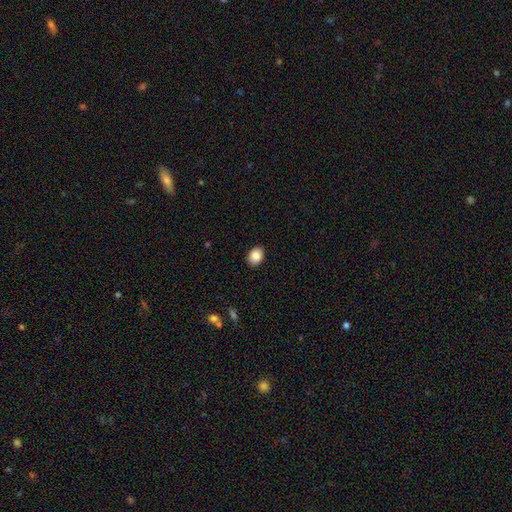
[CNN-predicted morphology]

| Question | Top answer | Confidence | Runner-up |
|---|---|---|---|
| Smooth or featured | smooth | 87% | star or artifact (8%) |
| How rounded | in between | 58% | round (41%) |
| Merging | none | 90% | minor disturbance (7%) |